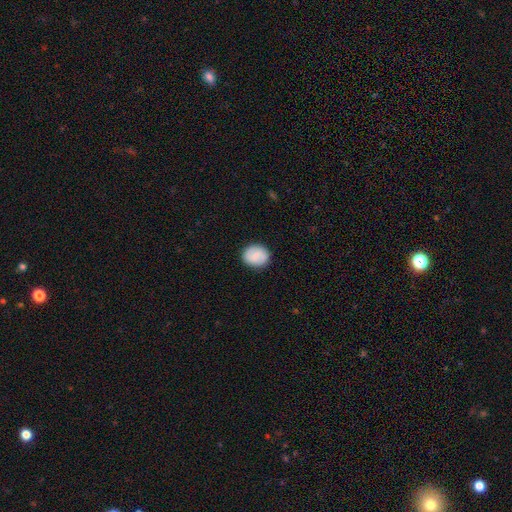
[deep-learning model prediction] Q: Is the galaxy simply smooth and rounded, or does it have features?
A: smooth — 74%.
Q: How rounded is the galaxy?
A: round — 73%.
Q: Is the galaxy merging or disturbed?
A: none — 88%.